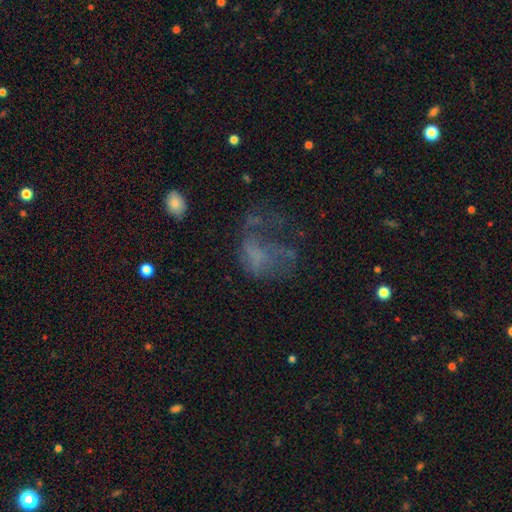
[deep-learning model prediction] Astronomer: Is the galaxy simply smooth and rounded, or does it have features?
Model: featured or disk — 45% (runner-up: smooth, 34%).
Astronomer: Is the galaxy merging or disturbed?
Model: major disturbance — 53%.